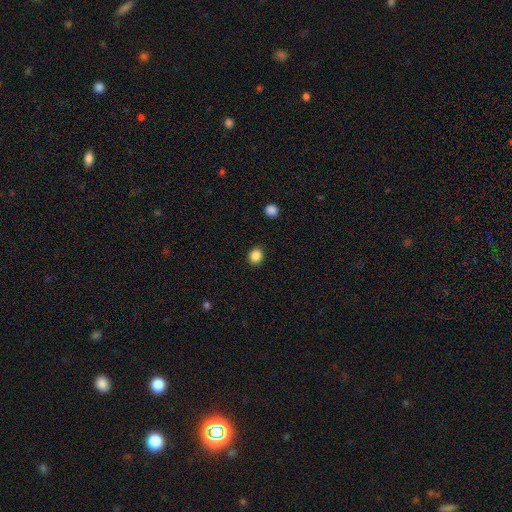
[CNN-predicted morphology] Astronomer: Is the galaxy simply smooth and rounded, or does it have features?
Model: smooth — 85%.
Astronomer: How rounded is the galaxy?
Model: round — 79%.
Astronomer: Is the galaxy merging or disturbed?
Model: none — 91%.